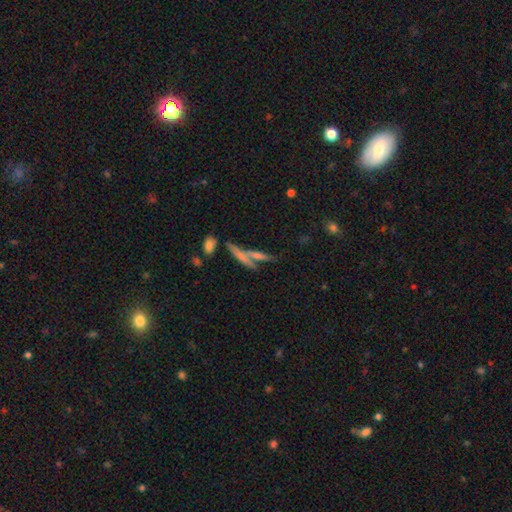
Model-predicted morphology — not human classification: The model was most divided on "smooth or featured": featured or disk: 44%, smooth: 40%, star or artifact: 16%. More confident: merging — none (50%).